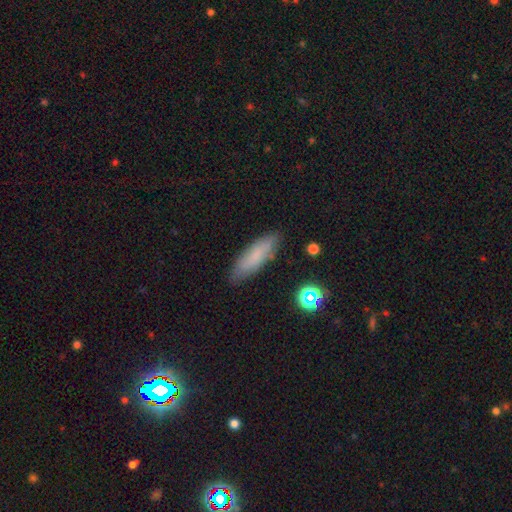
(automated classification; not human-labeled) Smooth or featured?
  - smooth: 75% *
  - featured or disk: 16%
  - star or artifact: 9%
How rounded?
  - cigar-shaped: 57% *
  - in between: 41%
  - round: 2%
Merging?
  - none: 82% *
  - minor disturbance: 13%
  - major disturbance: 3%
  - merger: 2%